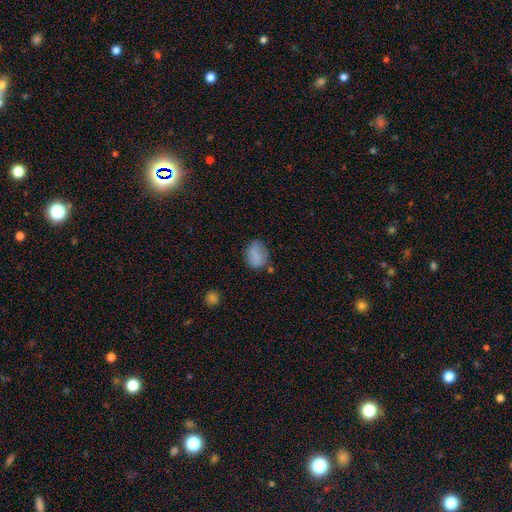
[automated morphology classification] Smooth or featured: smooth — 81% (star or artifact — 10%)
How rounded: in between — 62% (round — 37%)
Merging: none — 62% (minor disturbance — 25%)